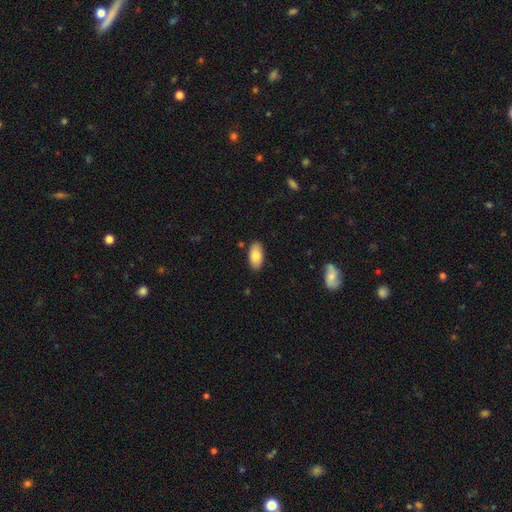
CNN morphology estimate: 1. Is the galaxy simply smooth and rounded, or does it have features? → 83% smooth, 10% featured or disk, 6% star or artifact.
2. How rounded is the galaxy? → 94% in between, 3% cigar-shaped, 2% round.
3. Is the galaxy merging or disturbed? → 86% none, 10% minor disturbance, 2% major disturbance, 2% merger.